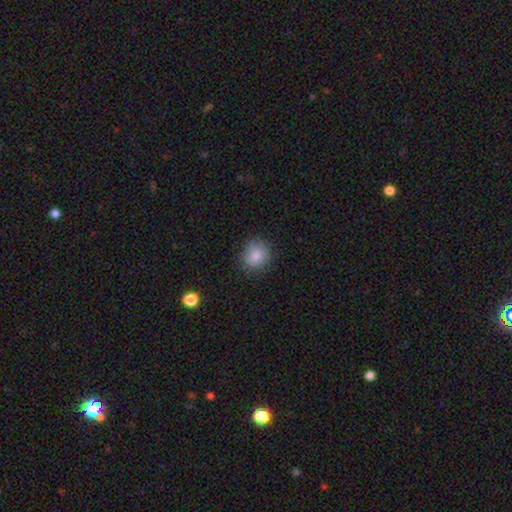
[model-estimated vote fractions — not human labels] Smooth or featured? Predicted: smooth (p=0.85). How rounded? Predicted: round (p=0.82). Merging? Predicted: none (p=0.81).